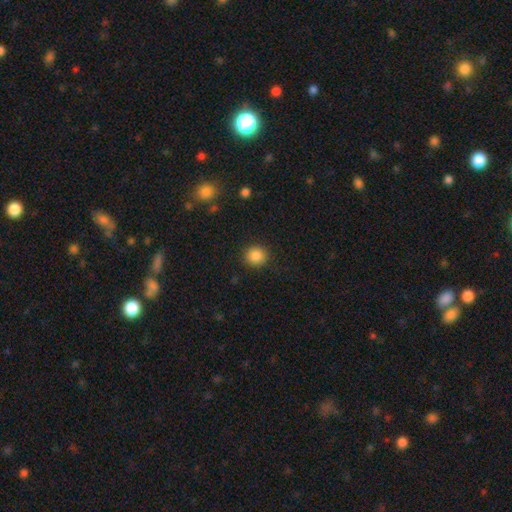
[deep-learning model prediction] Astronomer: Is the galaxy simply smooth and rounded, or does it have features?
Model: smooth — 87%.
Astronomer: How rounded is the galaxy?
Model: round — 89%.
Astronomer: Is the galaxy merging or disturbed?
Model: none — 89%.